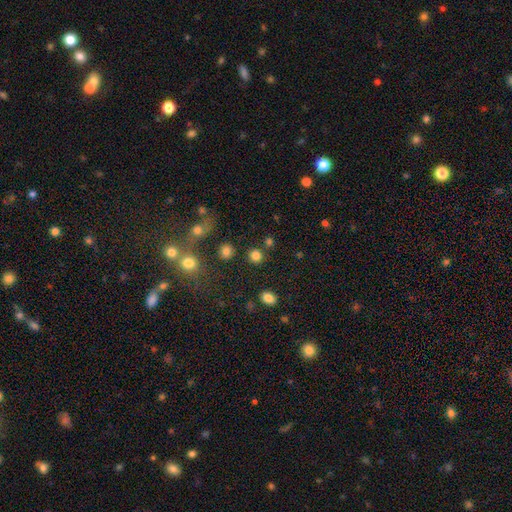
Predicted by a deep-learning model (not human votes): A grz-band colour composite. It shows a smooth galaxy with no disk features (81%) that is round (89%). Merging: none (84%).